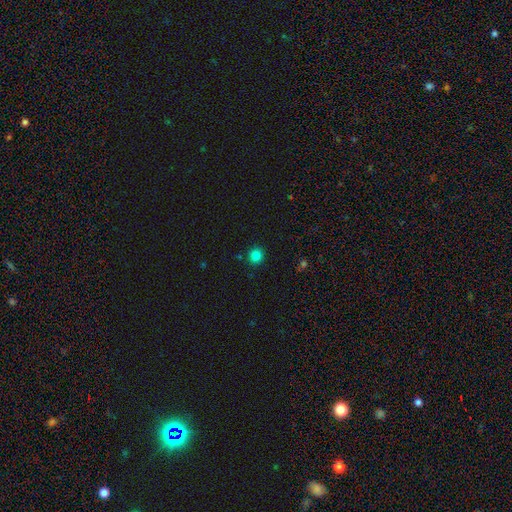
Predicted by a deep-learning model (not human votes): Smooth or featured? smooth (82%)
How rounded? round (88%)
Merging? none (90%)